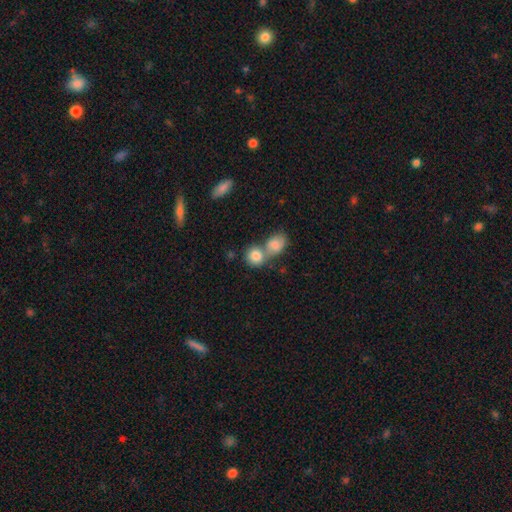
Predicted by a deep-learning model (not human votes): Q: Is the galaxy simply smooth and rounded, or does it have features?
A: smooth — 83%.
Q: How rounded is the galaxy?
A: round — 75%.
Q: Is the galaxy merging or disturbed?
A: merger — 55%.